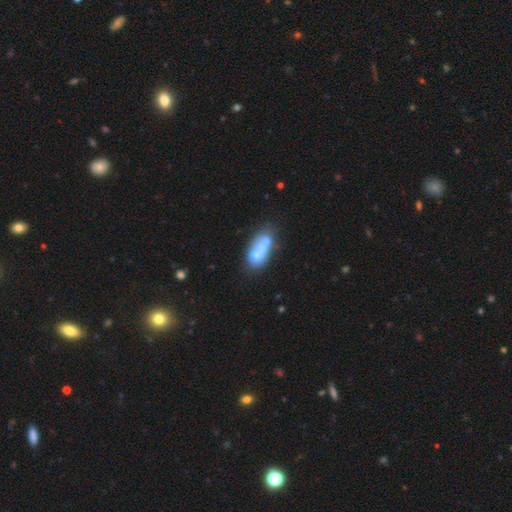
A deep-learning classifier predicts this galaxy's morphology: smooth-or-featured: smooth: 53% | featured or disk: 35% | star or artifact: 12%
  how-rounded: in between: 66% | round: 26% | cigar-shaped: 8%
  merging: merger: 59% | none: 24% | minor disturbance: 10% | major disturbance: 8%